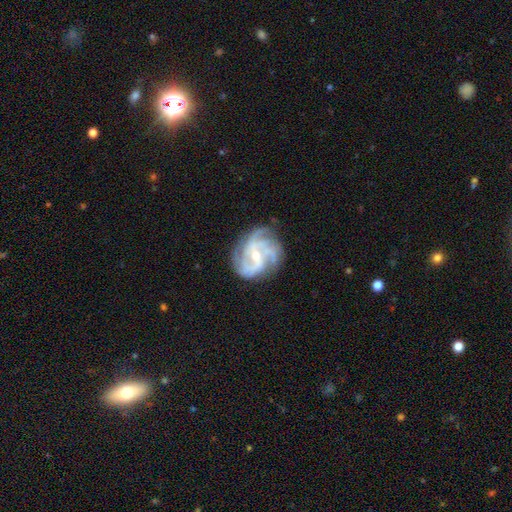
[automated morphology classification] This is clearly a featured or disk galaxy (89%). It is clearly not viewed edge-on (98%). Bar: marginally no (44%). Spiral arm pattern: clearly yes (97%). Spiral arm count: marginally 3 (36%). Spiral winding: marginally medium (44%). Central bulge: possibly small (59%). Merging: likely none (72%).